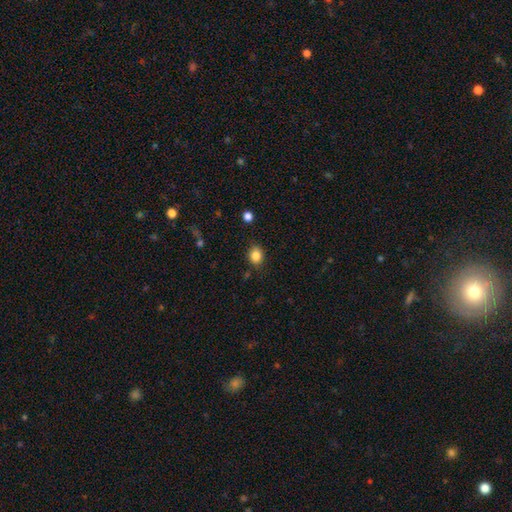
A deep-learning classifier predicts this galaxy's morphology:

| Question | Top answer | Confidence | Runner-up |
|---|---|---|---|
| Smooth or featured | smooth | 84% | star or artifact (11%) |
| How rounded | round | 57% | in between (42%) |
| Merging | none | 80% | minor disturbance (14%) |